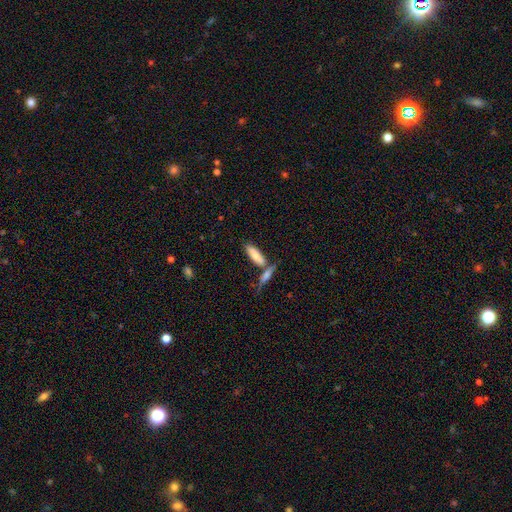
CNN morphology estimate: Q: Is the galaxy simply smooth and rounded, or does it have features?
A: smooth — 77%.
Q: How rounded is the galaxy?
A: in between — 56%.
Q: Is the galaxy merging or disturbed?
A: none — 51%.